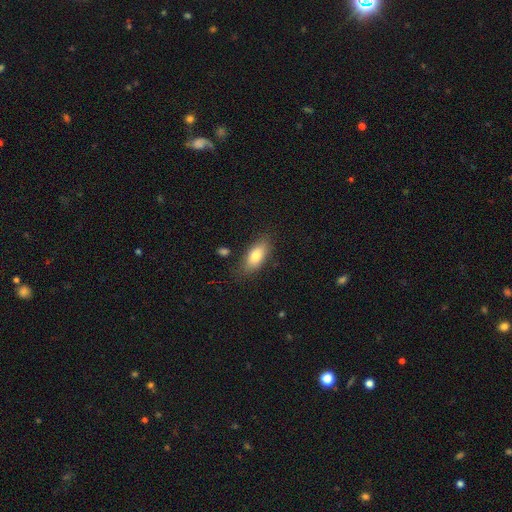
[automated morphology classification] The model was most divided on "smooth or featured": smooth: 78%, featured or disk: 15%, star or artifact: 7%. More confident: how rounded — in between (83%); merging — none (81%).